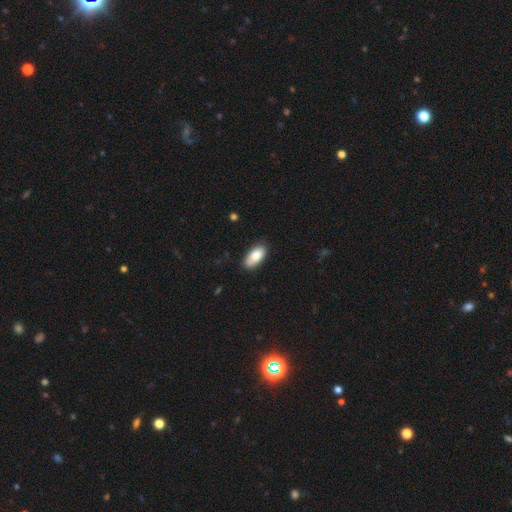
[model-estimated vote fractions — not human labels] Overall: smooth (83%). How rounded: in between (91%). Merging: none (80%).